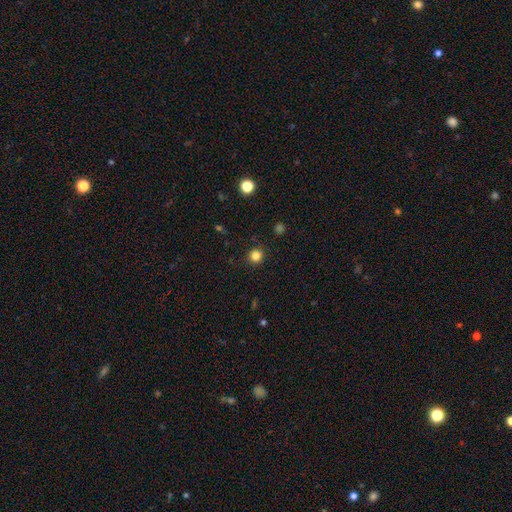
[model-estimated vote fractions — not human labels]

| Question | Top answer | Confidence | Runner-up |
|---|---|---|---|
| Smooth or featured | smooth | 82% | star or artifact (13%) |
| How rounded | round | 94% | in between (5%) |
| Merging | none | 91% | minor disturbance (6%) |